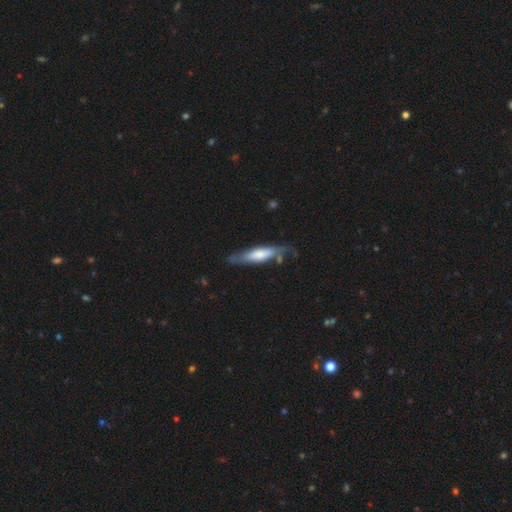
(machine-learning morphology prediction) Smooth or featured? Predicted: featured or disk (p=0.61). Edge-on disk? Predicted: yes (p=0.64). Merging? Predicted: none (p=0.68).